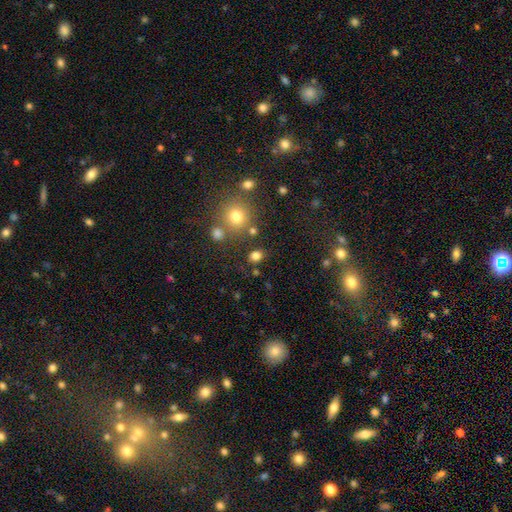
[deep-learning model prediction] Smooth or featured: smooth — 78% (star or artifact — 17%)
How rounded: round — 59% (in between — 39%)
Merging: none — 80% (minor disturbance — 9%)